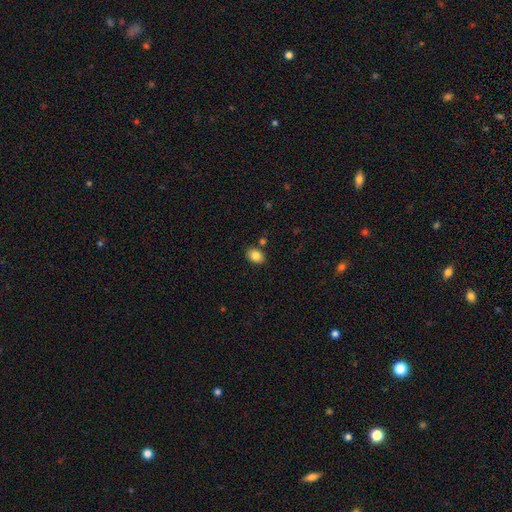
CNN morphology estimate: The model was most divided on "how rounded": in between: 67%, round: 32%, cigar-shaped: 1%. More confident: smooth or featured — smooth (84%); merging — none (83%).